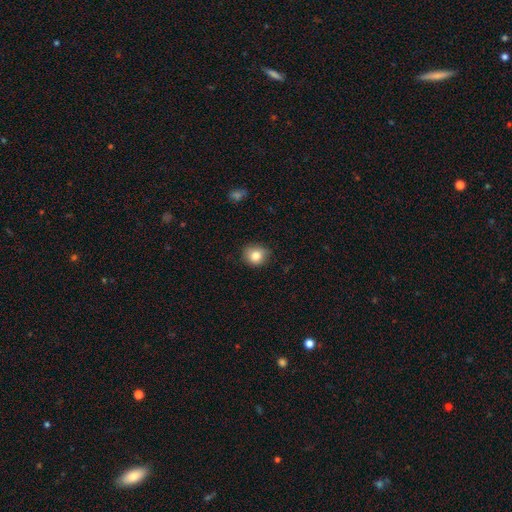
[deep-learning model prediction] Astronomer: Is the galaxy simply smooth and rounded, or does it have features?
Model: smooth — 82%.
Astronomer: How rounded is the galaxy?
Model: round — 79%.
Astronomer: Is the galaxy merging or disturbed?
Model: none — 82%.